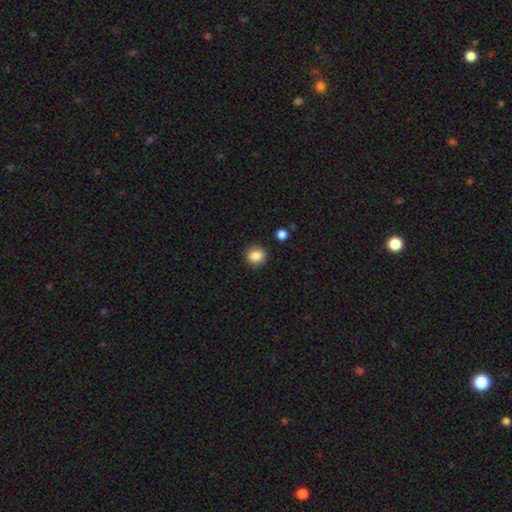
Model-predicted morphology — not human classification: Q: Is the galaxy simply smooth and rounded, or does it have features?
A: smooth — 86%.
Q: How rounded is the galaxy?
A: round — 70%.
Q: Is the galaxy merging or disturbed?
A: none — 87%.